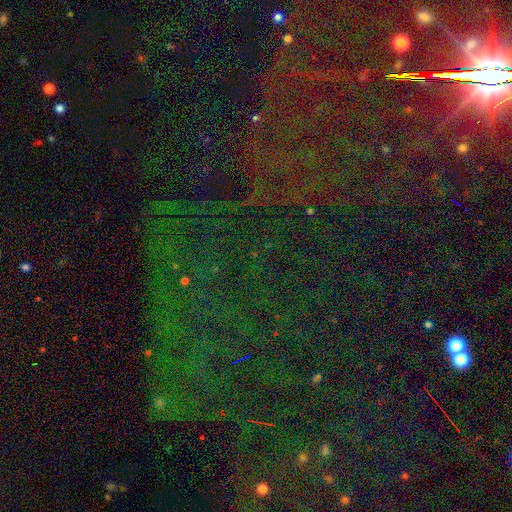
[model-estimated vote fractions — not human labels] A star or artifact, not a galaxy (82%).

Vote fractions:
- Smooth or featured? star or artifact: 82% / featured or disk: 9% / smooth: 9%